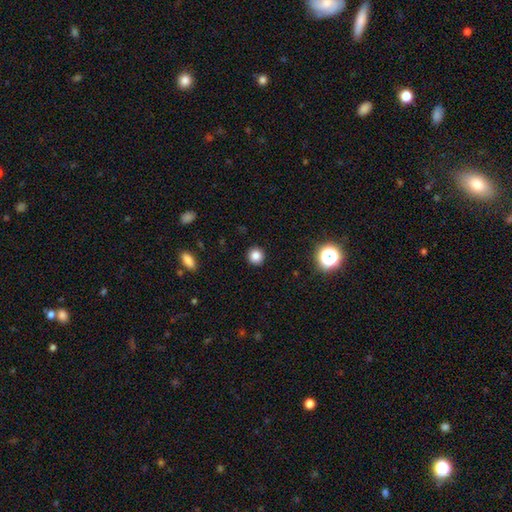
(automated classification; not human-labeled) Q: Smooth or featured?
A: smooth (83%); runner-up: star or artifact (13%)
Q: How rounded?
A: round (94%); runner-up: in between (5%)
Q: Merging?
A: none (92%); runner-up: minor disturbance (5%)